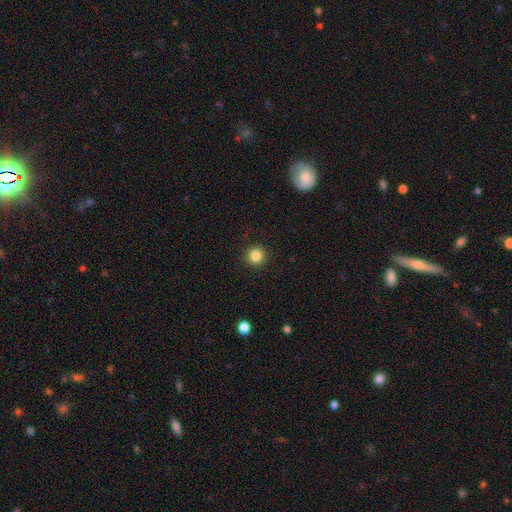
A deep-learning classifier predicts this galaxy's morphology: Overall: smooth (85%). How rounded: round (95%). Merging: none (92%).